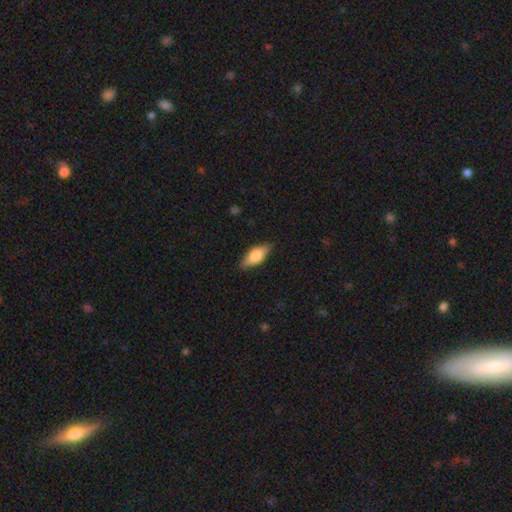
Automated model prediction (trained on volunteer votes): smooth_or_featured: smooth (p=0.72) [alt: featured or disk p=0.23]
how_rounded: in between (p=0.74) [alt: cigar-shaped p=0.23]
merging: none (p=0.86) [alt: minor disturbance p=0.11]